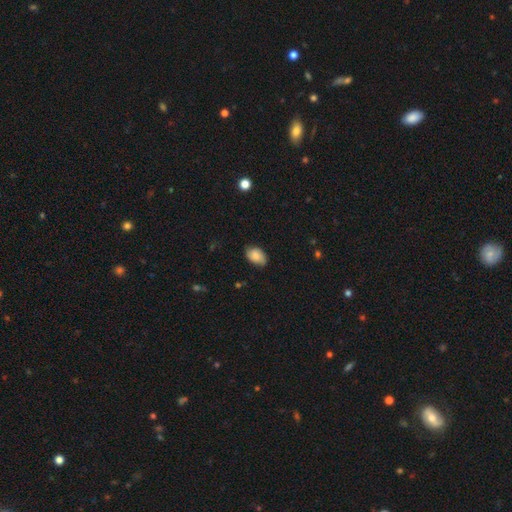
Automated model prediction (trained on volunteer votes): smooth_or_featured: smooth (p=0.79) [alt: featured or disk p=0.14]
how_rounded: in between (p=0.86) [alt: round p=0.12]
merging: none (p=0.75) [alt: minor disturbance p=0.20]